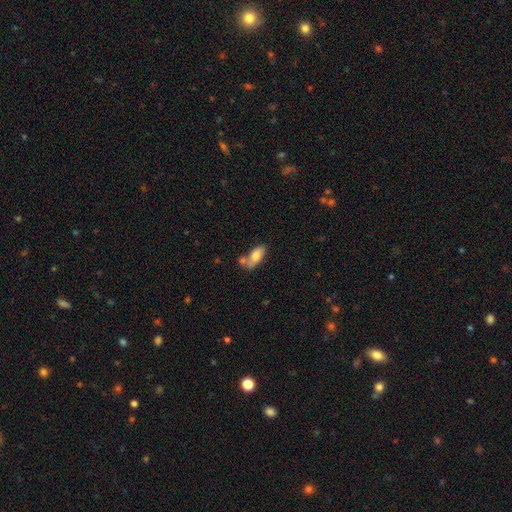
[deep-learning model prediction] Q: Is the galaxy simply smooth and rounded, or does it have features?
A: smooth — 76%.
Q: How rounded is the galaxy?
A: in between — 86%.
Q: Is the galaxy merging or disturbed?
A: none — 45%.